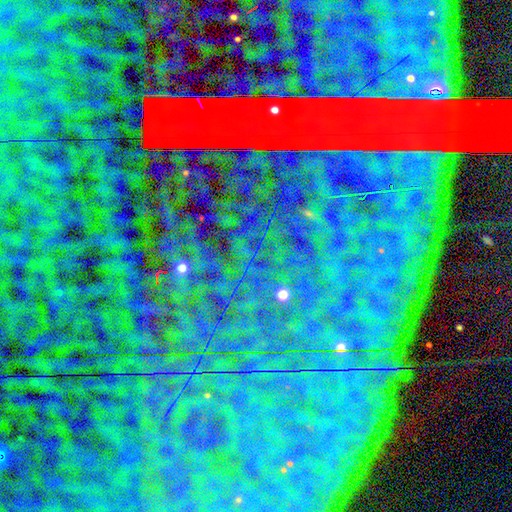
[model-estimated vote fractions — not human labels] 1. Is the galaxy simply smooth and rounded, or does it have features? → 88% star or artifact, 7% featured or disk, 6% smooth.